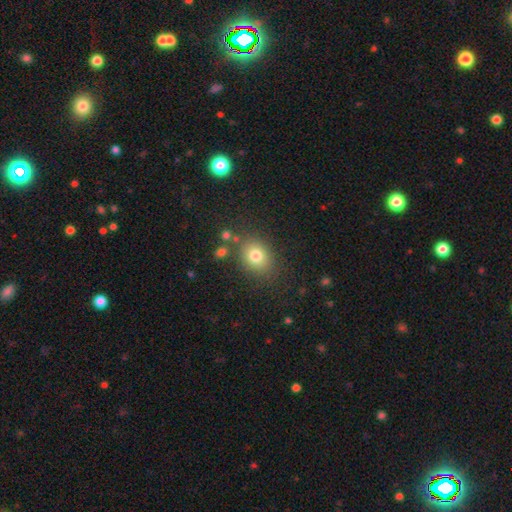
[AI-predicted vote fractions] Smooth or featured? Predicted: smooth (p=0.78). How rounded? Predicted: round (p=0.52). Merging? Predicted: none (p=0.79).